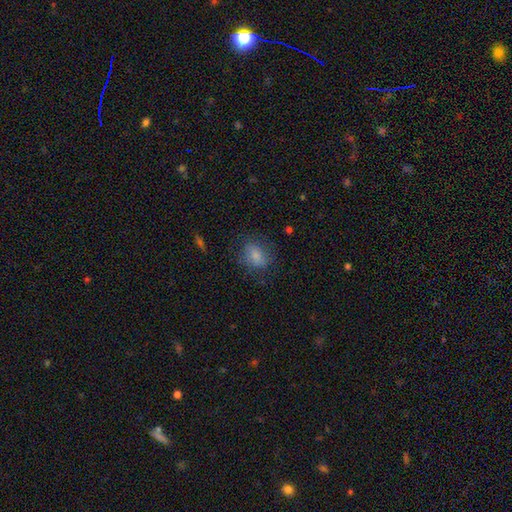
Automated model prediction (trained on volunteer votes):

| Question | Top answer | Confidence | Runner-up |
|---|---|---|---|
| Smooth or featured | smooth | 80% | featured or disk (11%) |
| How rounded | in between | 61% | round (37%) |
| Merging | none | 71% | minor disturbance (19%) |